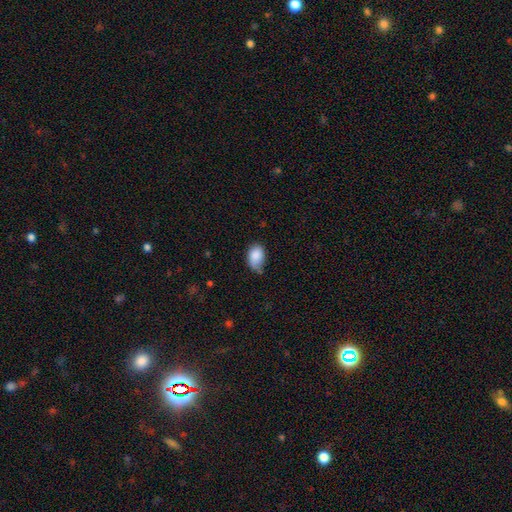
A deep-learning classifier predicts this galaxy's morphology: Smooth or featured?
  - smooth: 84% *
  - featured or disk: 9%
  - star or artifact: 7%
How rounded?
  - in between: 85% *
  - round: 13%
  - cigar-shaped: 1%
Merging?
  - none: 42% *
  - minor disturbance: 41%
  - major disturbance: 13%
  - merger: 3%